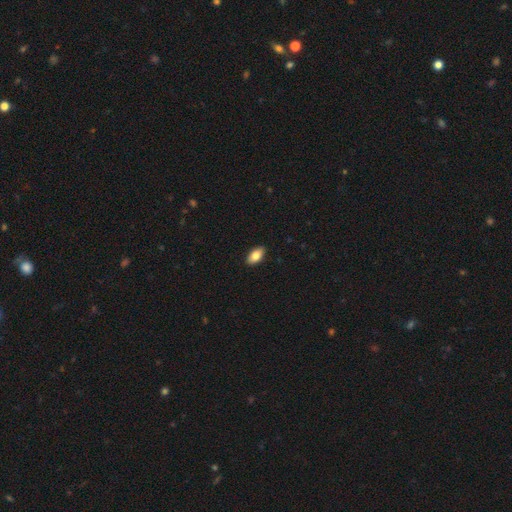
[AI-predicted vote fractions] Smooth or featured? smooth (82%)
How rounded? in between (93%)
Merging? none (90%)